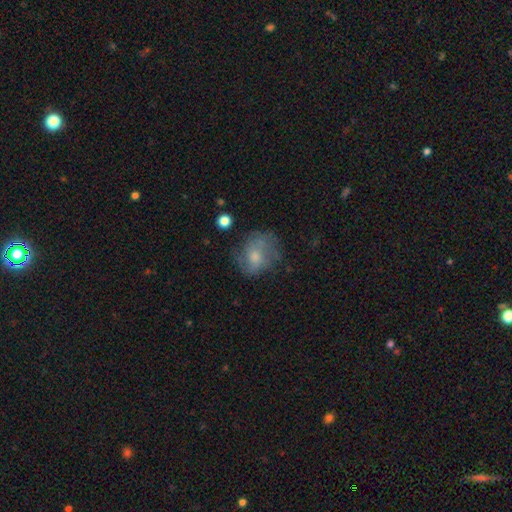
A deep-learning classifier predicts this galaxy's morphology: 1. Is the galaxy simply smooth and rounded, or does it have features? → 50% smooth, 40% featured or disk, 10% star or artifact.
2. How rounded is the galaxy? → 60% round, 39% in between, 1% cigar-shaped.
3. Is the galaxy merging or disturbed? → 53% none, 25% minor disturbance, 19% major disturbance, 3% merger.